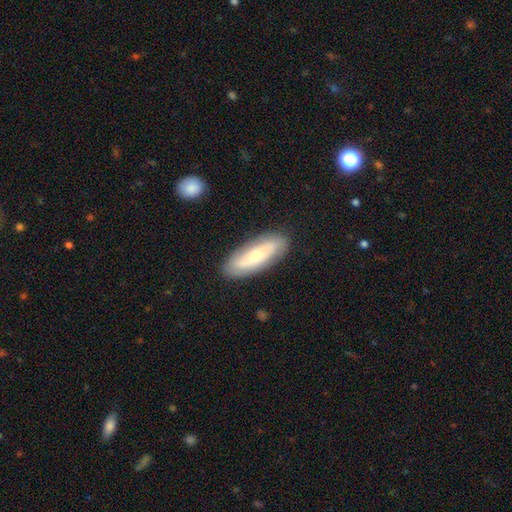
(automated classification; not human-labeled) Smooth or featured? featured or disk (49%)
Merging? none (86%)